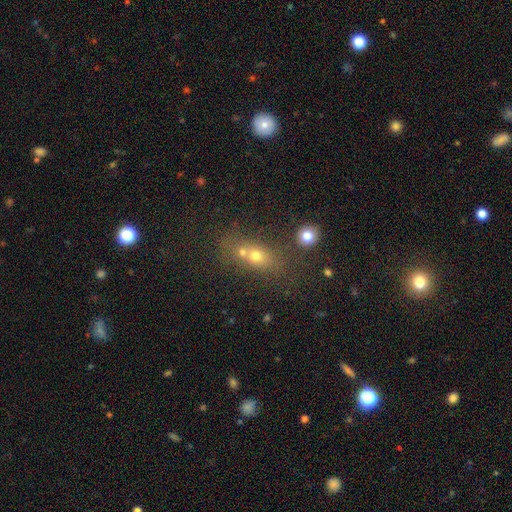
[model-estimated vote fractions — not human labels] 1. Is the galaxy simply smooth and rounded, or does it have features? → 62% smooth, 19% star or artifact, 19% featured or disk.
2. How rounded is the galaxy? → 48% in between, 44% round, 8% cigar-shaped.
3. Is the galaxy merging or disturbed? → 43% merger, 41% none, 10% minor disturbance, 6% major disturbance.